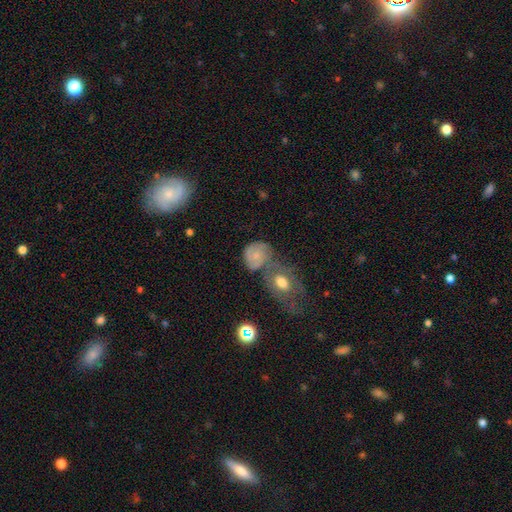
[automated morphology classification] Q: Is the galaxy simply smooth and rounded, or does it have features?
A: smooth — 55%.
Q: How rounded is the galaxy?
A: round — 63%.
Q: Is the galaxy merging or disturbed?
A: none — 38%.